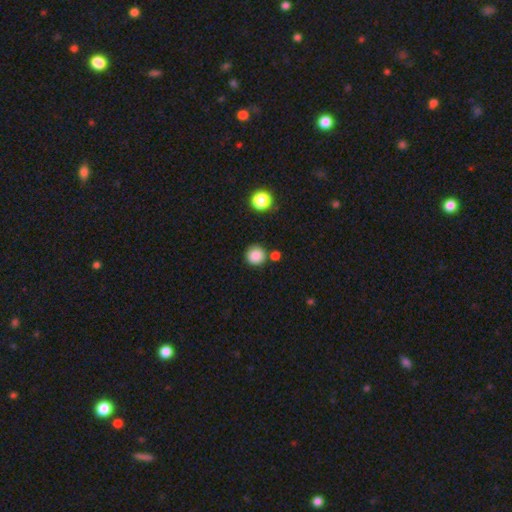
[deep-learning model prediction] Q: Smooth or featured?
A: smooth (86%); runner-up: star or artifact (10%)
Q: How rounded?
A: round (94%); runner-up: in between (5%)
Q: Merging?
A: none (81%); runner-up: minor disturbance (8%)